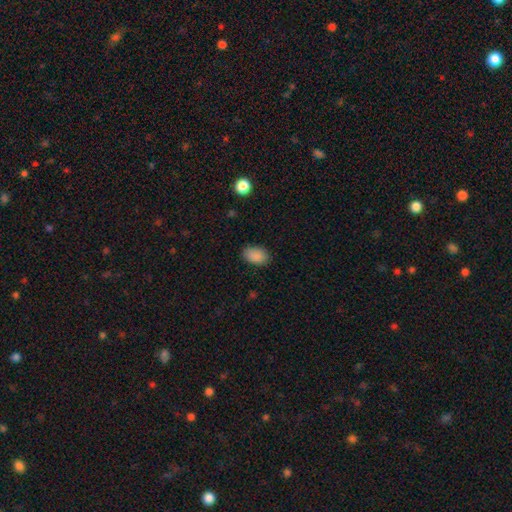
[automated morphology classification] smooth-or-featured: smooth: 89% | star or artifact: 8% | featured or disk: 3%
  how-rounded: in between: 86% | round: 12% | cigar-shaped: 1%
  merging: none: 84% | minor disturbance: 13% | major disturbance: 3% | merger: 1%